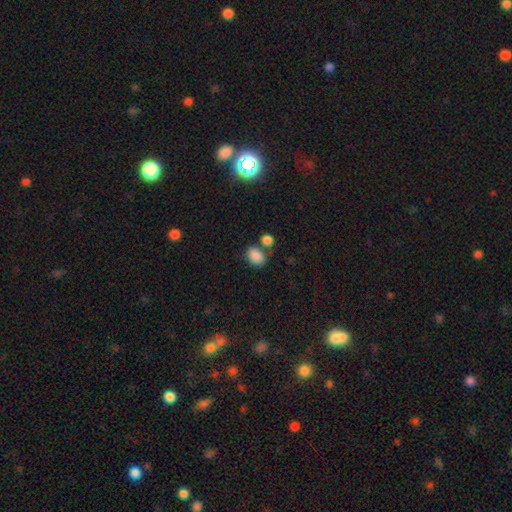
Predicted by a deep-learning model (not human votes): smooth 86%, star or artifact 9%, featured or disk 5%. Down the decision tree: how rounded — in between (72%); merging — none (57%).